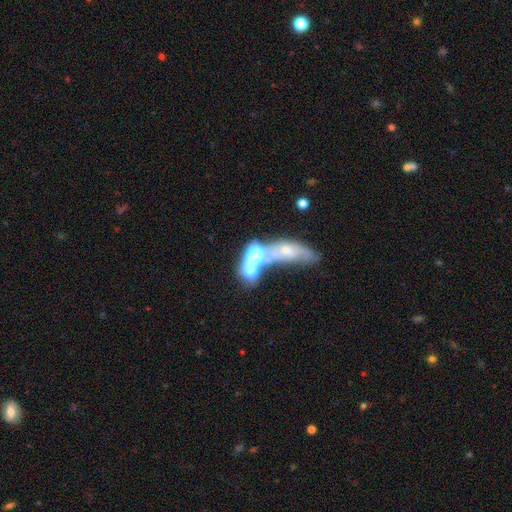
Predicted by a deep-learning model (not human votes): Morphology: type=featured or disk (48%); merging=merger (75%).